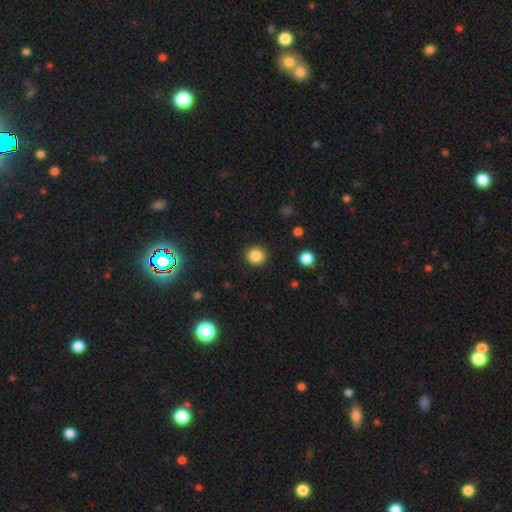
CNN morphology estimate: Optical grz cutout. It shows a smooth galaxy with no disk features (85%) that is round (92%). Merging: none (91%).